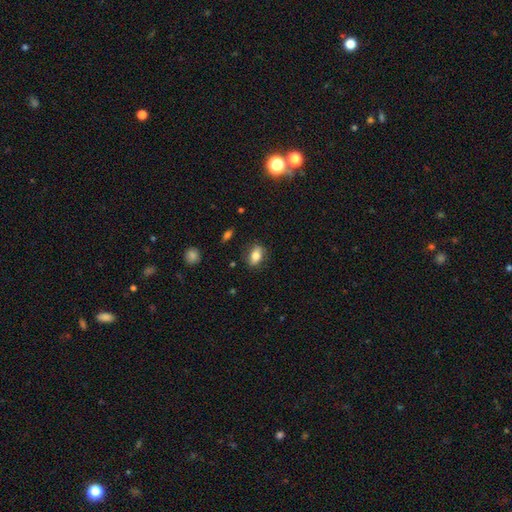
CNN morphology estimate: smooth_or_featured: smooth (p=0.75) [alt: featured or disk p=0.17]
how_rounded: in between (p=0.82) [alt: round p=0.14]
merging: none (p=0.79) [alt: minor disturbance p=0.15]